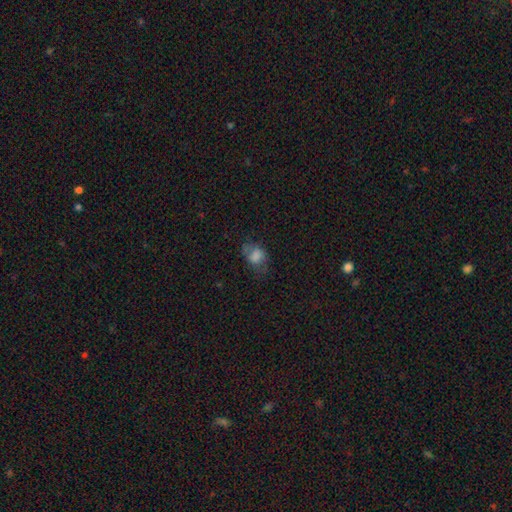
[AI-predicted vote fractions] Smooth or featured? smooth (68%)
How rounded? in between (70%)
Merging? none (48%)